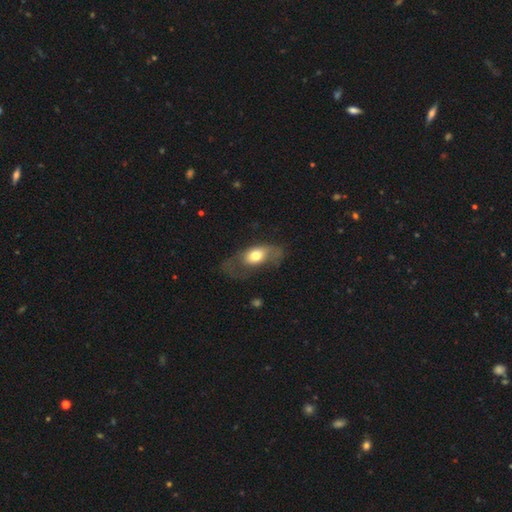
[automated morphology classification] Smooth or featured: smooth — 58% (featured or disk — 35%)
How rounded: in between — 82% (round — 13%)
Merging: major disturbance — 40% (none — 34%)